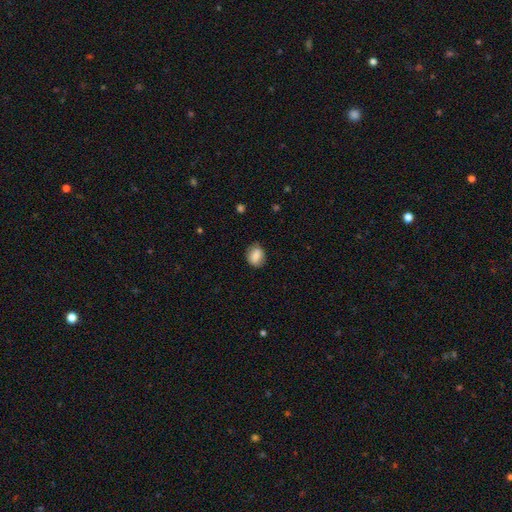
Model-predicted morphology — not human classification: Smooth or featured? smooth (82%)
How rounded? round (50%)
Merging? none (80%)